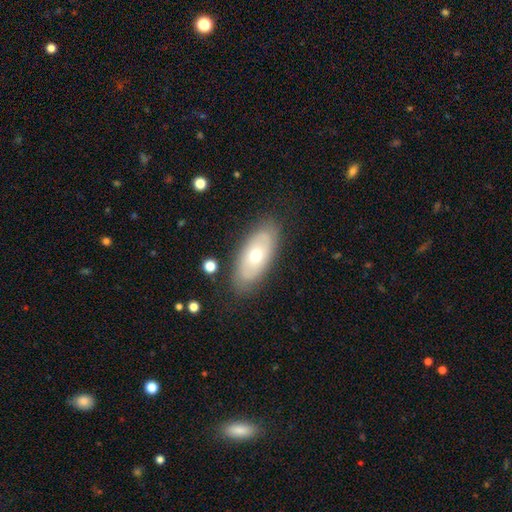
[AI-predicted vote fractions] This appears to be a smooth galaxy with no disk features (48%). Merging: none (82%).